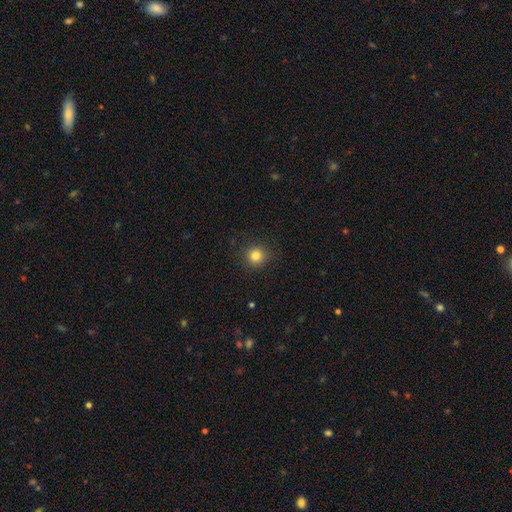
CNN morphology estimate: The model was most divided on "smooth or featured": smooth: 82%, star or artifact: 13%, featured or disk: 6%. More confident: how rounded — round (93%); merging — none (90%).